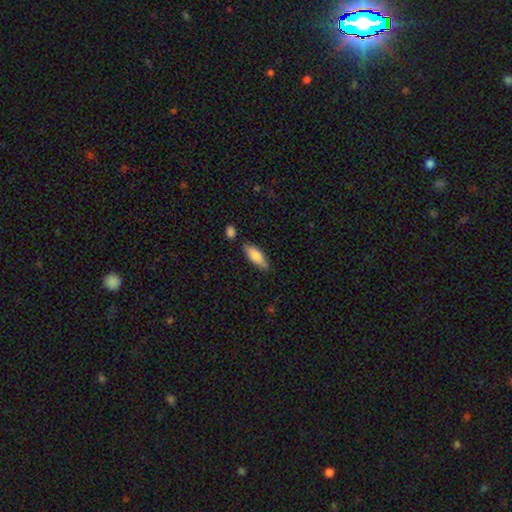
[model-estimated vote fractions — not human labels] smooth_or_featured: smooth (p=0.79) [alt: featured or disk p=0.15]
how_rounded: in between (p=0.64) [alt: cigar-shaped p=0.34]
merging: none (p=0.77) [alt: minor disturbance p=0.14]